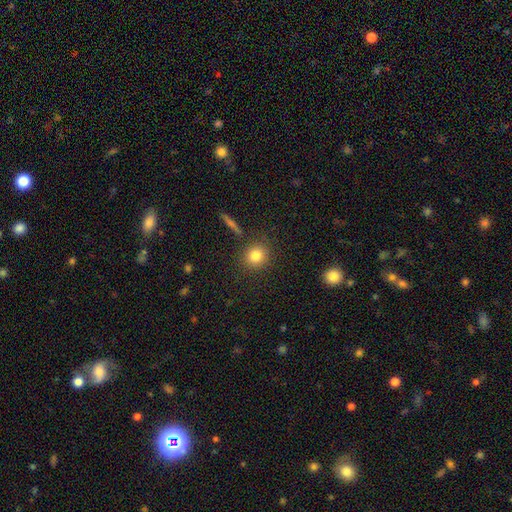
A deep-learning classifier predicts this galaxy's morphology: This appears to be a smooth galaxy with no disk features (82%) that is round (87%). Merging: none (87%).